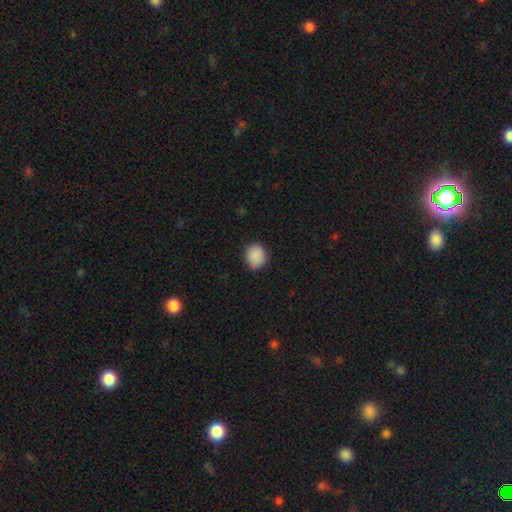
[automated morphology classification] Overall: smooth (89%). How rounded: round (76%). Merging: none (87%).